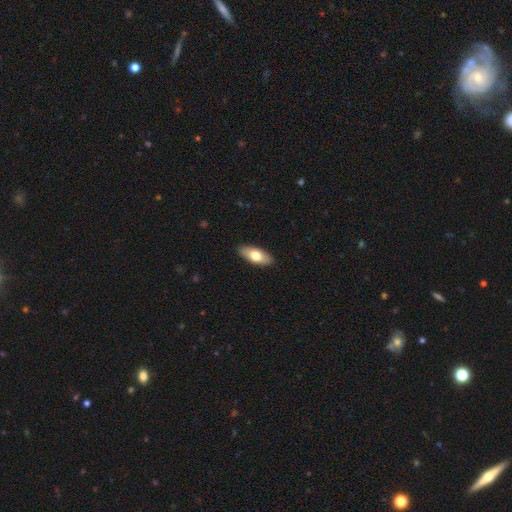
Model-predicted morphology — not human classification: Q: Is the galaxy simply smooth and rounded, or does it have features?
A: smooth — 73%.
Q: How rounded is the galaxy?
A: in between — 85%.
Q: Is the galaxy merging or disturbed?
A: none — 89%.